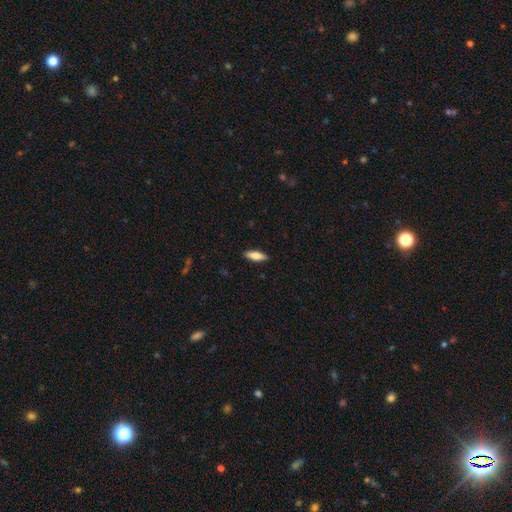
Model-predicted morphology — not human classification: Q: Smooth or featured?
A: smooth (76%); runner-up: featured or disk (18%)
Q: How rounded?
A: in between (56%); runner-up: cigar-shaped (42%)
Q: Merging?
A: none (90%); runner-up: minor disturbance (8%)